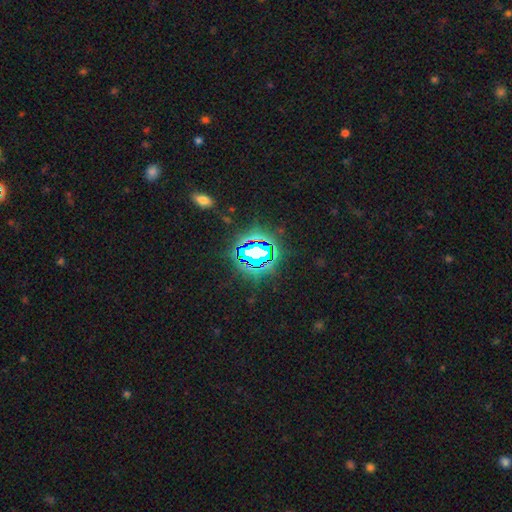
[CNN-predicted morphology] Overall: star or artifact (78%).